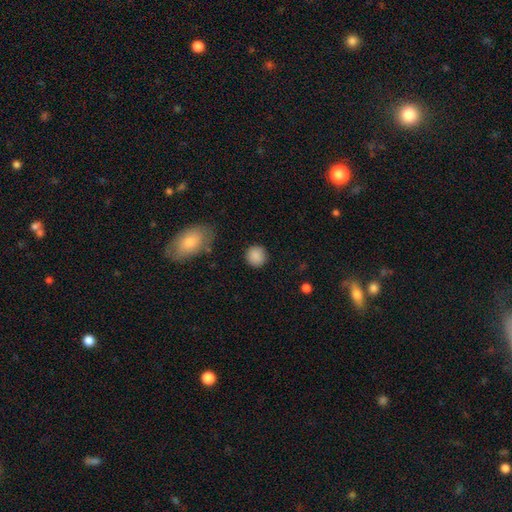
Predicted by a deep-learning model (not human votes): Smooth or featured: smooth — 88% (star or artifact — 8%)
How rounded: round — 91% (in between — 8%)
Merging: none — 88% (minor disturbance — 8%)